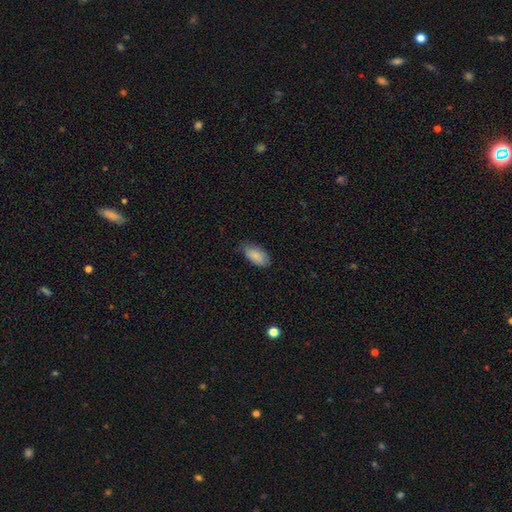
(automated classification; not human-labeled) A smooth galaxy with no disk features (86%) that is in between round and cigar-shaped (93%). Merging: none (72%).